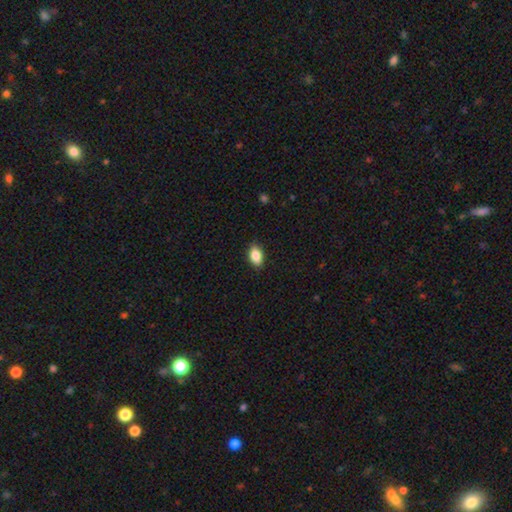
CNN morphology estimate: A smooth galaxy with no disk features (86%) that is in between round and cigar-shaped (89%). Merging: none (88%).